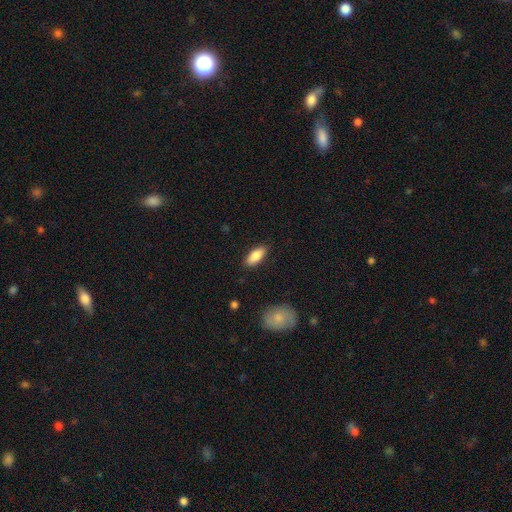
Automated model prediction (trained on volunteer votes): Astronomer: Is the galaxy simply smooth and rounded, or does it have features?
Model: smooth — 84%.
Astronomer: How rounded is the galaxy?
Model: in between — 79%.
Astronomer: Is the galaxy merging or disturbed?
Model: none — 87%.